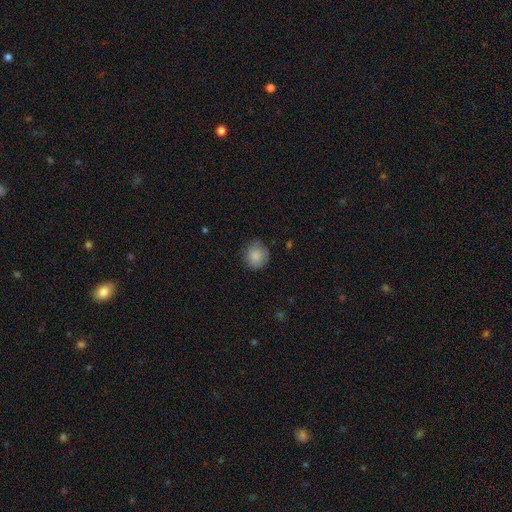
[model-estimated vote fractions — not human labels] Overall: smooth (86%). How rounded: round (88%). Merging: none (78%).